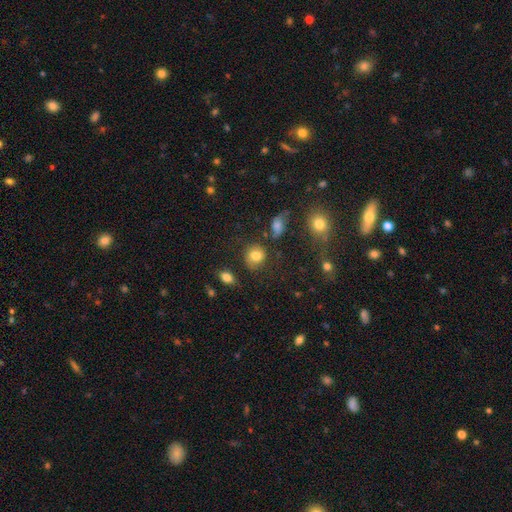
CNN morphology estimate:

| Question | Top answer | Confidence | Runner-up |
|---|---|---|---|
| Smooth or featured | smooth | 78% | featured or disk (11%) |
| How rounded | round | 70% | in between (29%) |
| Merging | none | 73% | minor disturbance (17%) |